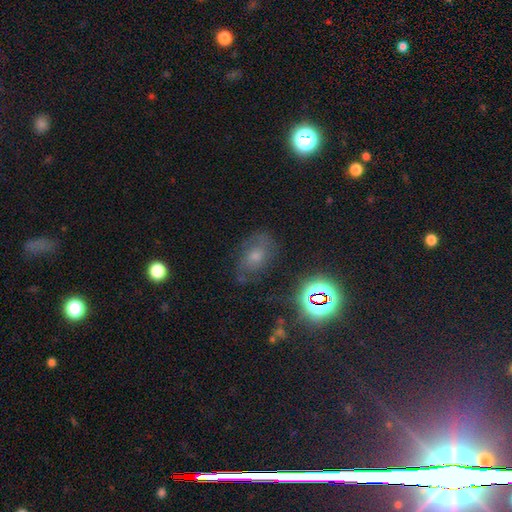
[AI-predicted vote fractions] Q: Smooth or featured?
A: smooth (42%); runner-up: featured or disk (32%)
Q: Merging?
A: none (62%); runner-up: minor disturbance (23%)